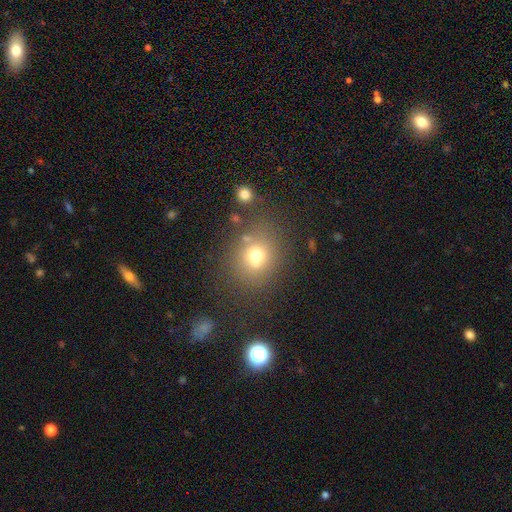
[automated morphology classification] The model was most divided on "how rounded": round: 69%, in between: 30%, cigar-shaped: 1%. More confident: merging — none (68%); smooth or featured — smooth (68%).